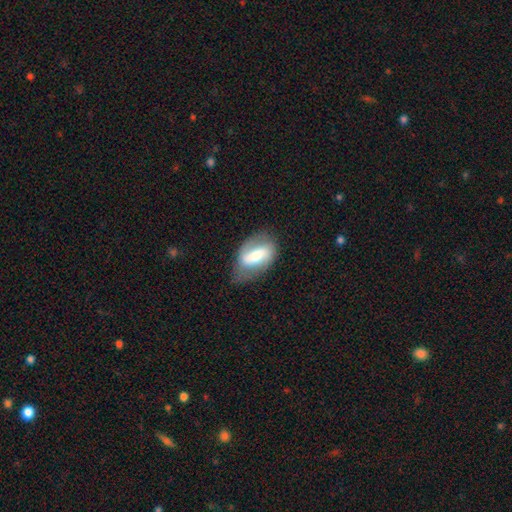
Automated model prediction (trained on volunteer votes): Q: Smooth or featured?
A: featured or disk (50%); runner-up: smooth (43%)
Q: Merging?
A: none (56%); runner-up: minor disturbance (30%)